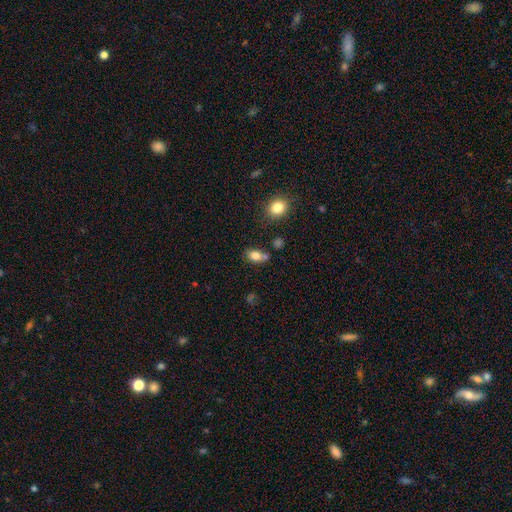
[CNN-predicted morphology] A smooth galaxy with no disk features (81%) that is in between round and cigar-shaped (83%).

Vote fractions:
- Smooth or featured? smooth: 81% / featured or disk: 10% / star or artifact: 9%
- How rounded? in between: 83% / round: 14% / cigar-shaped: 3%
- Merging? none: 58% / merger: 20% / minor disturbance: 17% / major disturbance: 5%